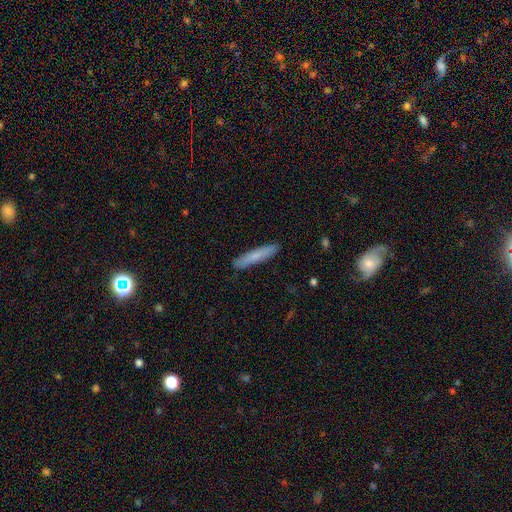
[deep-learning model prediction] smooth_or_featured: smooth (p=0.74) [alt: featured or disk p=0.20]
how_rounded: cigar-shaped (p=0.92) [alt: in between p=0.07]
merging: none (p=0.90) [alt: minor disturbance p=0.07]